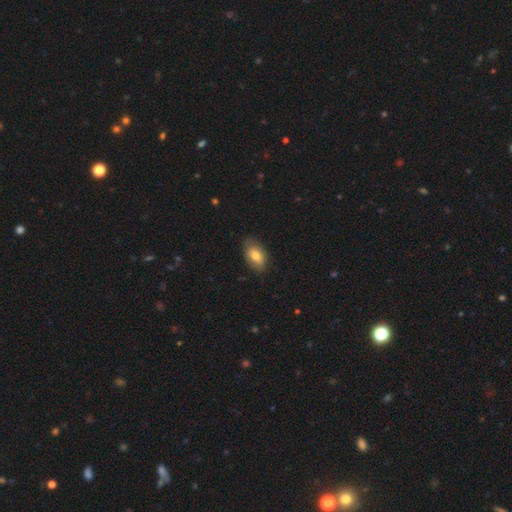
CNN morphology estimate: Smooth or featured?
  - smooth: 72% *
  - featured or disk: 21%
  - star or artifact: 7%
How rounded?
  - in between: 91% *
  - round: 6%
  - cigar-shaped: 2%
Merging?
  - none: 78% *
  - minor disturbance: 18%
  - major disturbance: 3%
  - merger: 1%